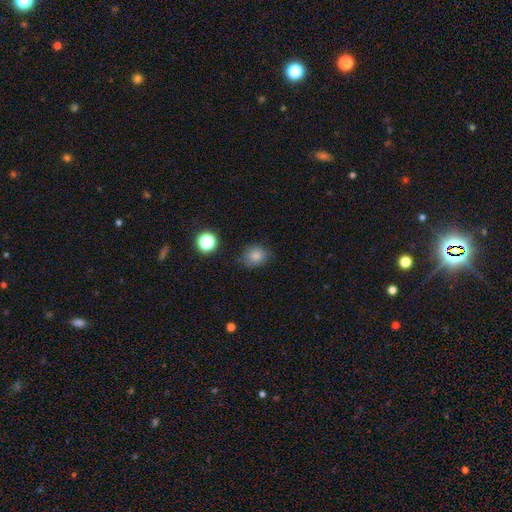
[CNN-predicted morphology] Smooth or featured: smooth — 81% (star or artifact — 13%)
How rounded: round — 69% (in between — 30%)
Merging: none — 80% (minor disturbance — 14%)